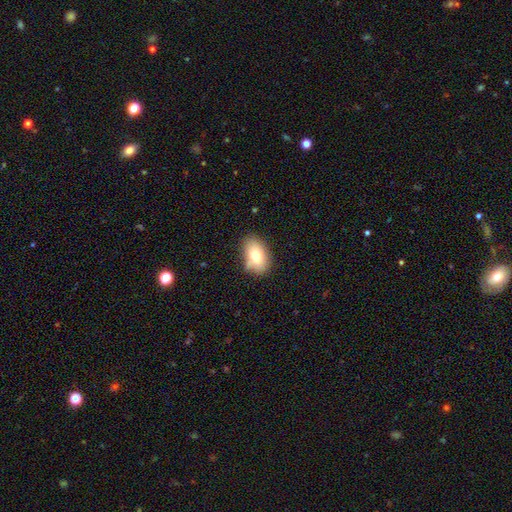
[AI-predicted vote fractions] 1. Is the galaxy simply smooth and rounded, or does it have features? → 78% smooth, 15% featured or disk, 8% star or artifact.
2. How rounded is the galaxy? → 90% in between, 8% round, 2% cigar-shaped.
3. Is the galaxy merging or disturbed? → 72% none, 19% minor disturbance, 5% merger, 4% major disturbance.